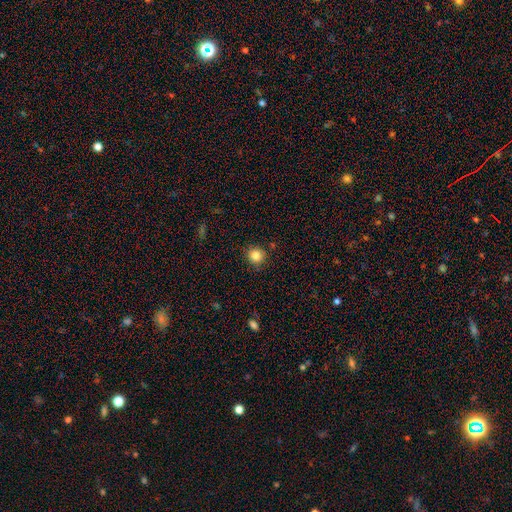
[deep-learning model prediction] Overall: smooth (84%). How rounded: round (92%). Merging: none (88%).